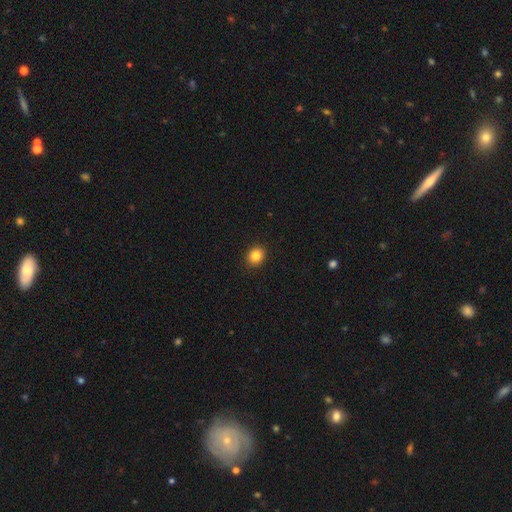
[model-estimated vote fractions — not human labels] smooth 85%, star or artifact 10%, featured or disk 5%. Down the decision tree: how rounded — round (76%); merging — none (92%).